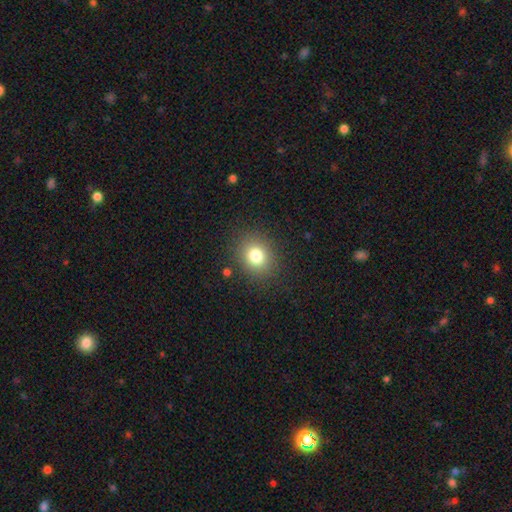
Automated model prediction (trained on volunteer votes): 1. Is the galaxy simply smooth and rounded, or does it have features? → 79% smooth, 12% star or artifact, 9% featured or disk.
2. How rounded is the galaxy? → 70% round, 29% in between, 1% cigar-shaped.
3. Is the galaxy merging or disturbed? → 87% none, 8% minor disturbance, 3% major disturbance, 2% merger.